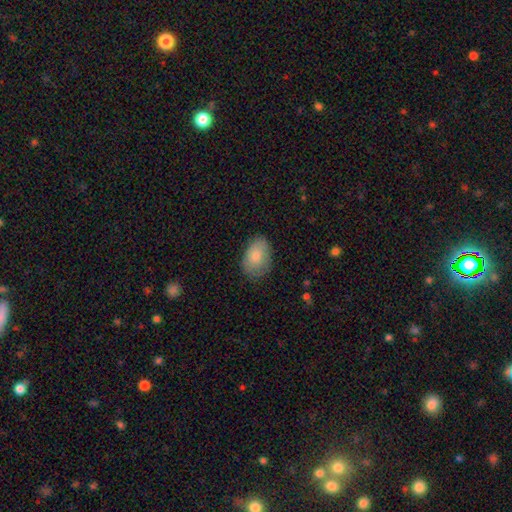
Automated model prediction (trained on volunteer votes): Smooth or featured: smooth — 82% (featured or disk — 12%)
How rounded: in between — 88% (round — 11%)
Merging: none — 76% (minor disturbance — 19%)